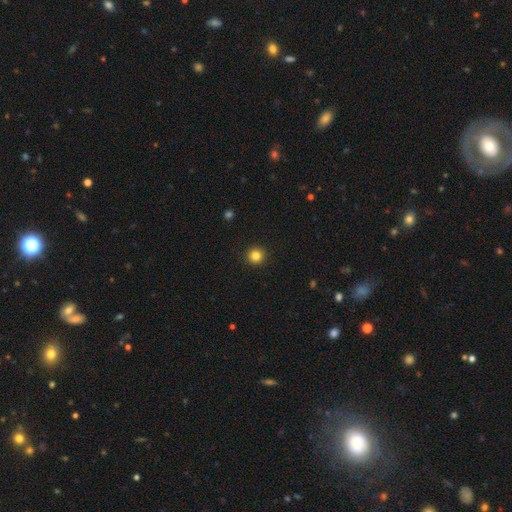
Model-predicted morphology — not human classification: type=smooth (84%); roundness=round (95%); merging=none (93%).